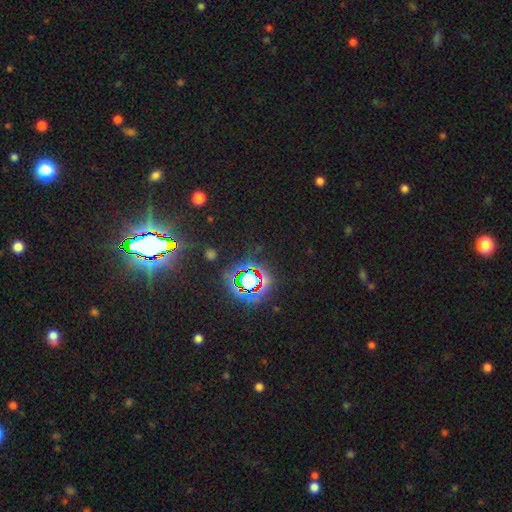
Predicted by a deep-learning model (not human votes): Smooth or featured: star or artifact — 84% (smooth — 9%)